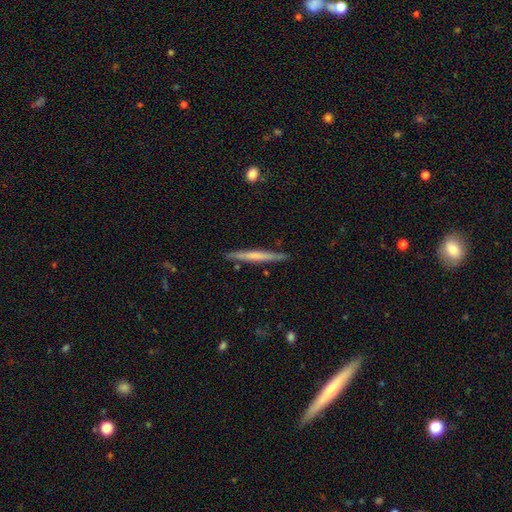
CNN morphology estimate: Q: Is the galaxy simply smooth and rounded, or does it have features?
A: smooth — 47%, tied with featured or disk.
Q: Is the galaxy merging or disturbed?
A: none — 89%.